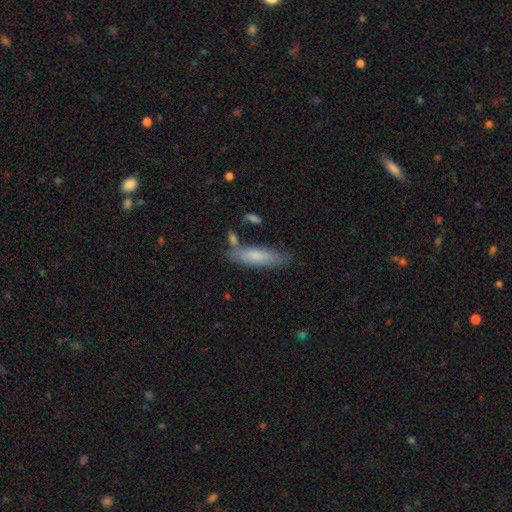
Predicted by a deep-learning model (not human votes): This appears to be a smooth galaxy with no disk features (74%) that is cigar-shaped (65%). Merging: none (72%).